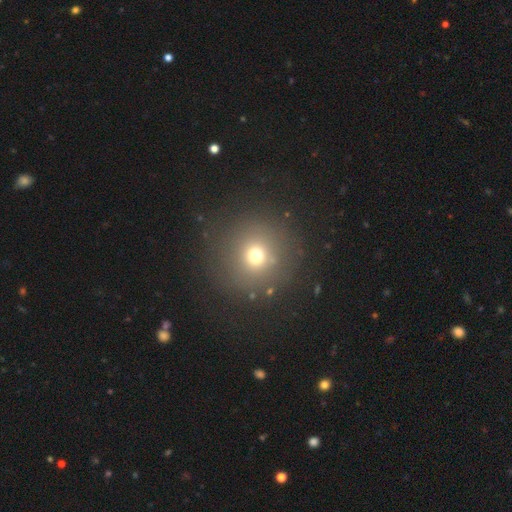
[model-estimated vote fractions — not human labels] Morphology: type=smooth (68%); roundness=round (93%); merging=none (85%).